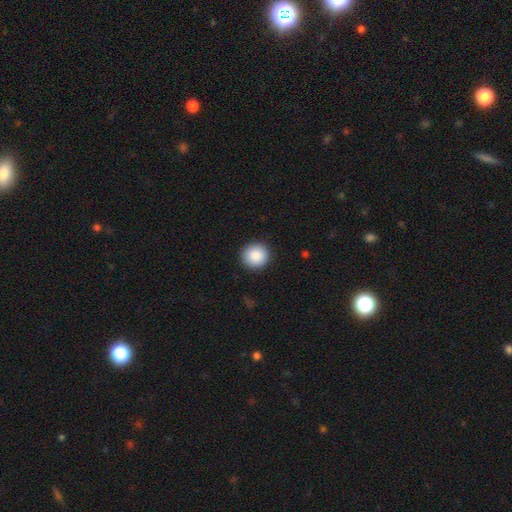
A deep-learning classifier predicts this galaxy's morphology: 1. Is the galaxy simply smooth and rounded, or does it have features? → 89% smooth, 8% star or artifact, 4% featured or disk.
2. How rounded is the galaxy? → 93% round, 6% in between, 1% cigar-shaped.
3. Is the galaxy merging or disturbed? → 92% none, 5% minor disturbance, 2% major disturbance, 1% merger.